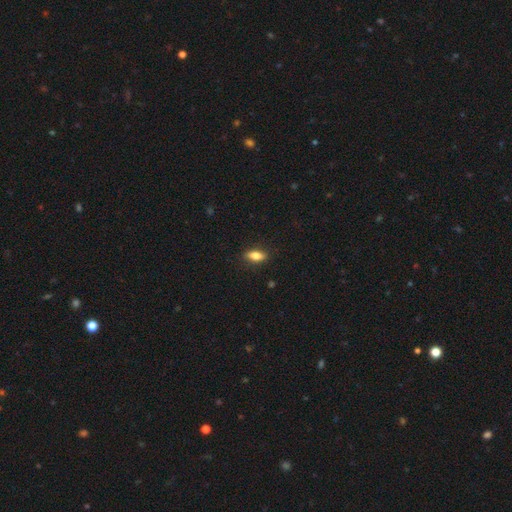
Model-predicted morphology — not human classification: Smooth or featured: smooth — 78% (featured or disk — 15%)
How rounded: in between — 77% (cigar-shaped — 20%)
Merging: none — 87% (minor disturbance — 10%)